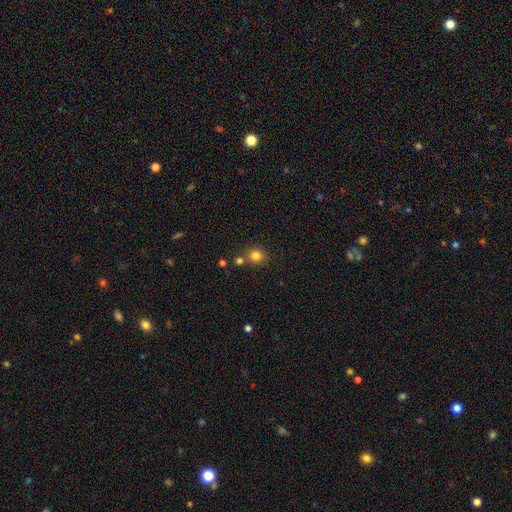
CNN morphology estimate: This appears to be a smooth galaxy with no disk features (81%) that is round (83%). Merging: none (71%).